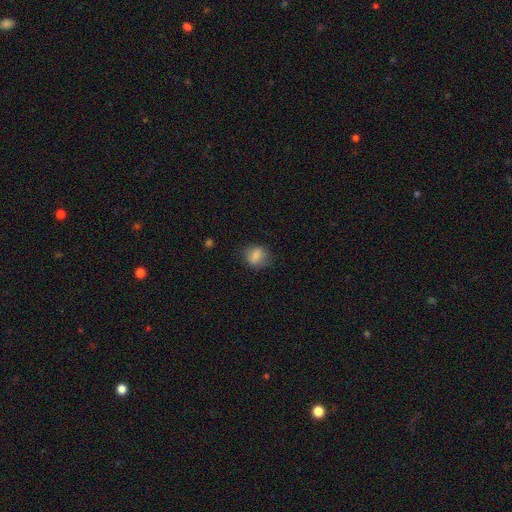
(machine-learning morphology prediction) This is likely a smooth galaxy (78%). How rounded: possibly in between (54%). Merging: likely none (76%).